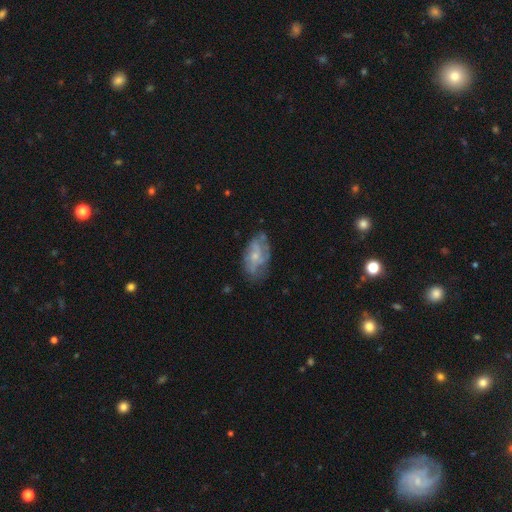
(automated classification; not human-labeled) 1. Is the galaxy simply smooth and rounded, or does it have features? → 59% featured or disk, 33% smooth, 8% star or artifact.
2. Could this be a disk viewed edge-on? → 95% no, 5% yes.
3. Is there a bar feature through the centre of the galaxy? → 76% no, 21% weak, 3% strong.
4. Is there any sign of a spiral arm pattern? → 57% yes, 43% no.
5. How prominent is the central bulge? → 66% small, 25% moderate, 7% none, 1% large, 1% dominant.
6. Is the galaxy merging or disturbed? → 59% none, 26% minor disturbance, 12% major disturbance, 3% merger.